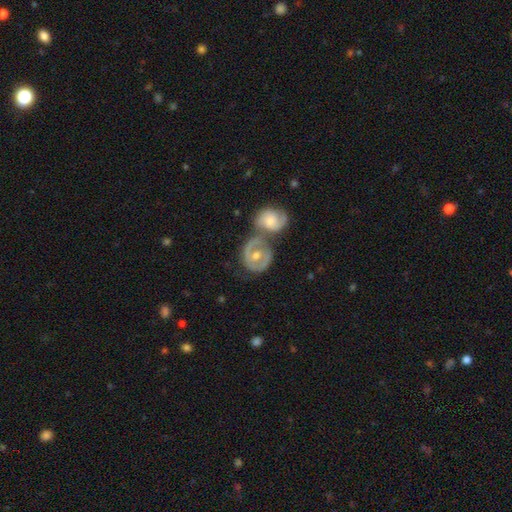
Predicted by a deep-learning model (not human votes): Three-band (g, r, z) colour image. It shows a featured or disk galaxy (68%) with no bar (59%), spiral arms (72%) and a moderate central bulge (73%). Merging: merger (53%).